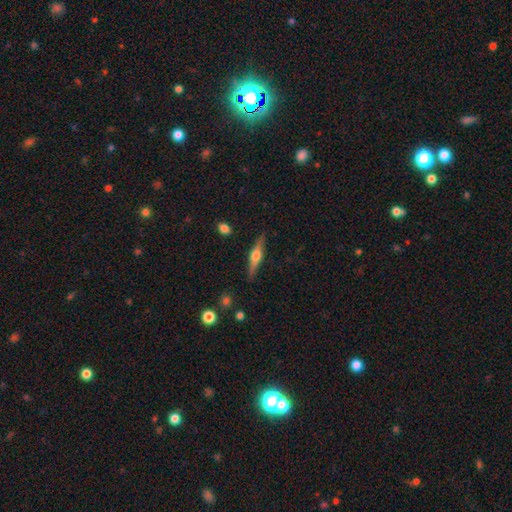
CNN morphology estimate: type=featured or disk (67%); edge-on=yes (97%); edge-on bulge=rounded (92%); merging=none (88%).